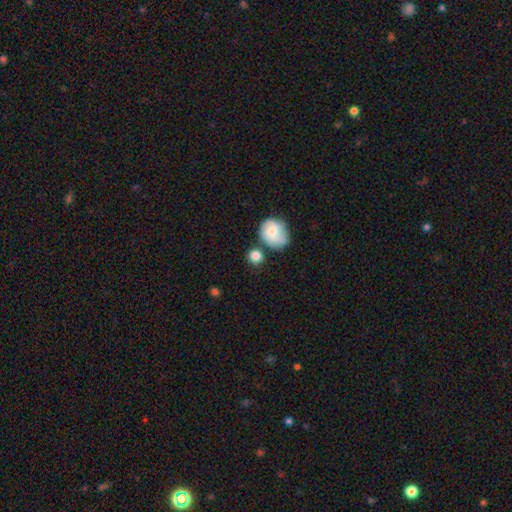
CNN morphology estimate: type=smooth (81%); roundness=round (85%); merging=none (65%).